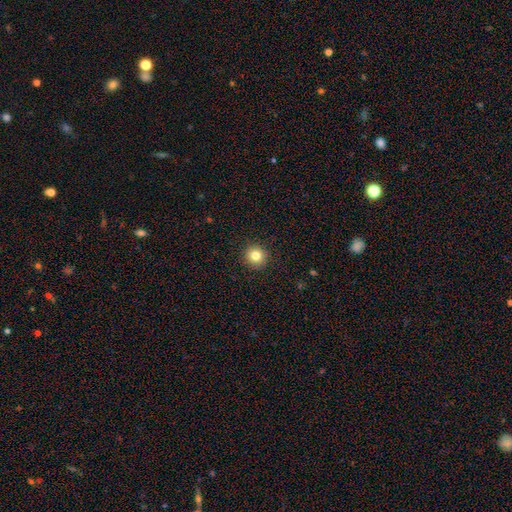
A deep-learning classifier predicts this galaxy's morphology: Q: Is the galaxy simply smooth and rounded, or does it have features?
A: smooth — 82%.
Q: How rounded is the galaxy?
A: round — 93%.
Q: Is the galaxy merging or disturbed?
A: none — 92%.